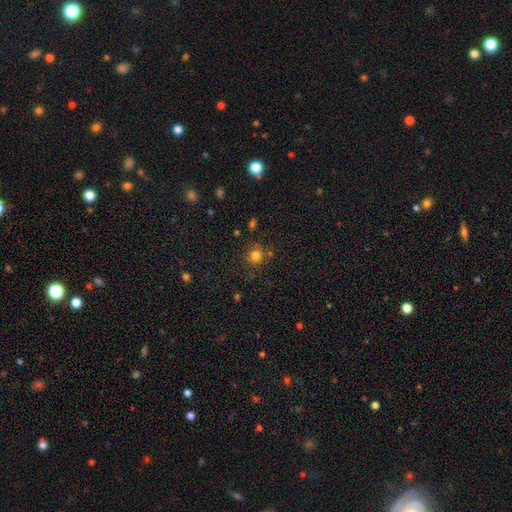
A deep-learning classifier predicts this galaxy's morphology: This is likely a smooth galaxy (78%). How rounded: clearly round (90%). Merging: likely none (78%).